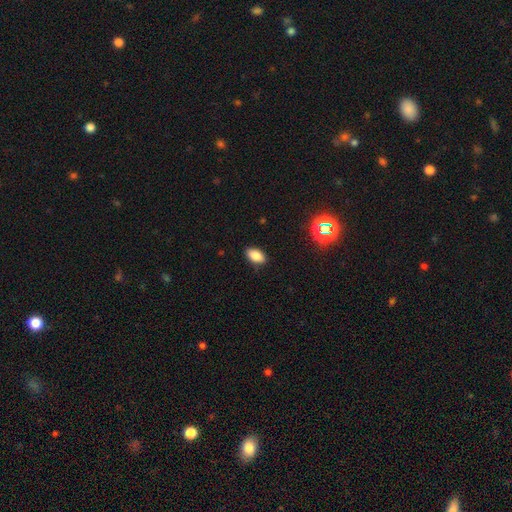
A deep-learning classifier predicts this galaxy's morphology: Smooth or featured? smooth (84%)
How rounded? in between (91%)
Merging? none (87%)